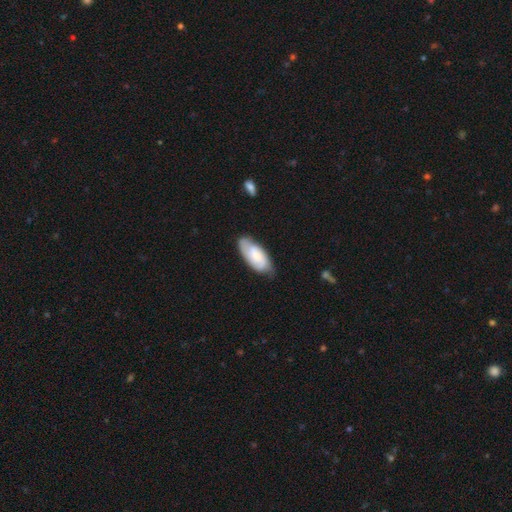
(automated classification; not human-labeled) smooth_or_featured: smooth (p=0.55) [alt: featured or disk p=0.39]
how_rounded: in between (p=0.86) [alt: cigar-shaped p=0.12]
merging: none (p=0.67) [alt: minor disturbance p=0.26]